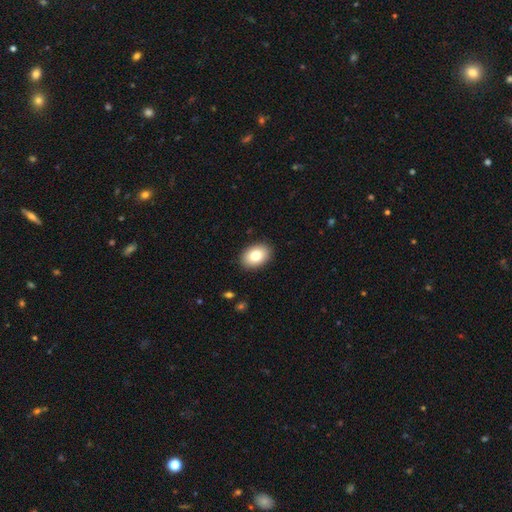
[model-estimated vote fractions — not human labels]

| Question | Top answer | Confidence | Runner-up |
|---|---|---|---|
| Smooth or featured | smooth | 80% | featured or disk (12%) |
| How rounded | in between | 78% | round (21%) |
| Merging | none | 89% | minor disturbance (8%) |